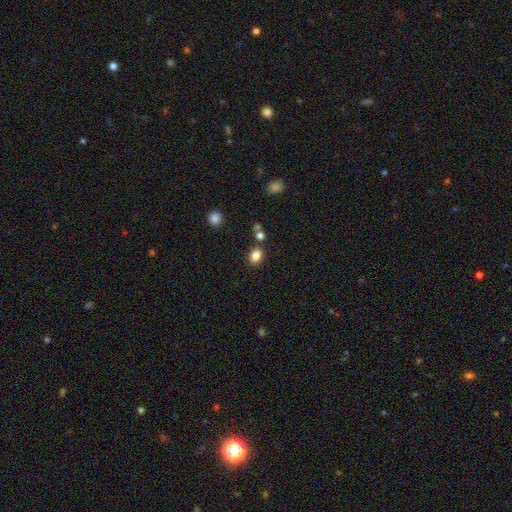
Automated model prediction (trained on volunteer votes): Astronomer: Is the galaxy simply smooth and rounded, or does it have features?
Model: smooth — 83%.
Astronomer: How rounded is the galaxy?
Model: in between — 57% (runner-up: round, 42%).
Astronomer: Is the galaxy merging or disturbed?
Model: none — 80%.